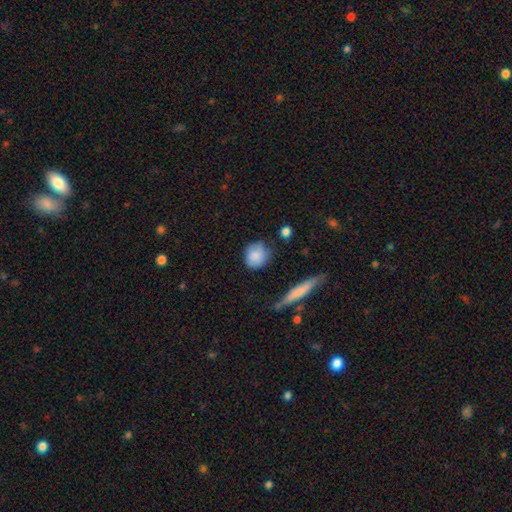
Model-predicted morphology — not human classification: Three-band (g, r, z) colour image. It shows a smooth galaxy with no disk features (82%) that is round (78%). Merging: none (68%).